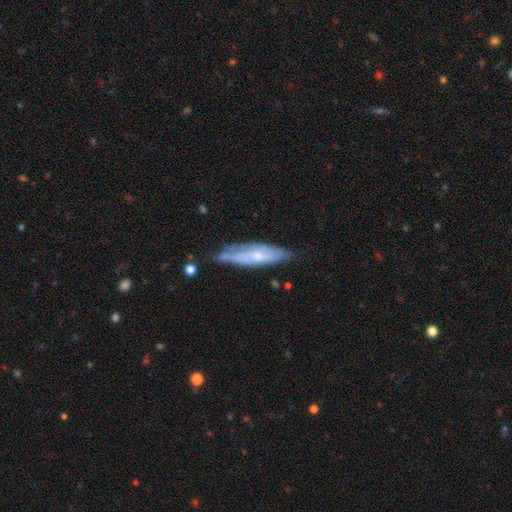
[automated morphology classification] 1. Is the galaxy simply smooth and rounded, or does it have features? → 60% featured or disk, 34% smooth, 7% star or artifact.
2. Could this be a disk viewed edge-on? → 54% no, 46% yes.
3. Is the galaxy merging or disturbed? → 60% none, 28% minor disturbance, 8% major disturbance, 3% merger.